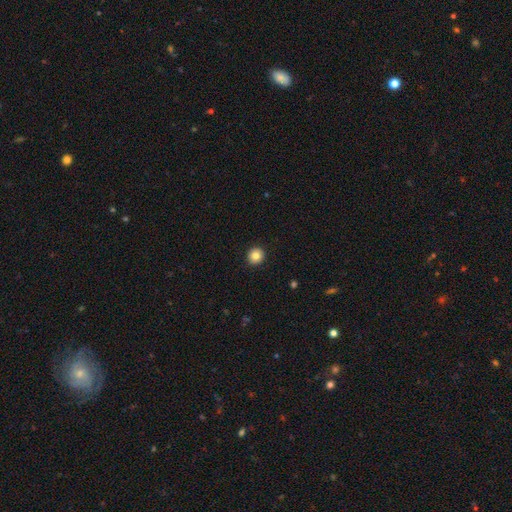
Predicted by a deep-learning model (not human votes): This appears to be a smooth galaxy with no disk features (83%) that is round (92%). Merging: none (93%).